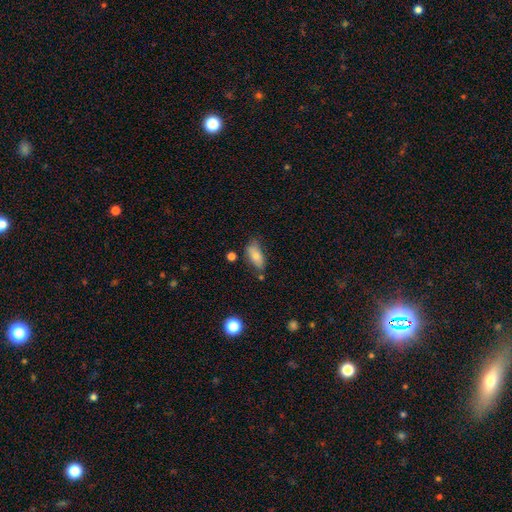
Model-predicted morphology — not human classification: The model was most divided on "merging": none: 64%, minor disturbance: 25%, merger: 6%, major disturbance: 6%. More confident: how rounded — in between (84%); smooth or featured — smooth (74%).